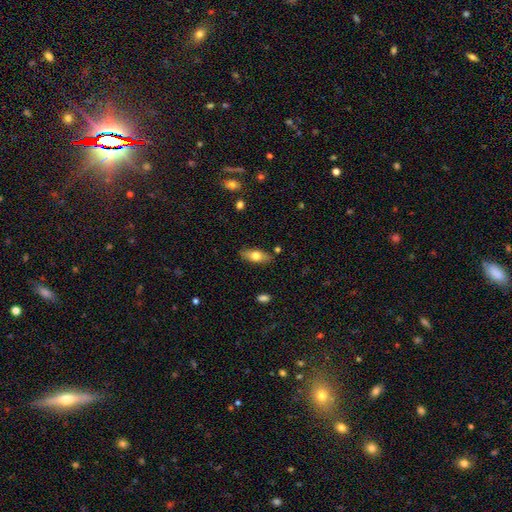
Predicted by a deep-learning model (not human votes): smooth 67%, featured or disk 26%, star or artifact 7%. Down the decision tree: how rounded — in between (79%); merging — none (84%).